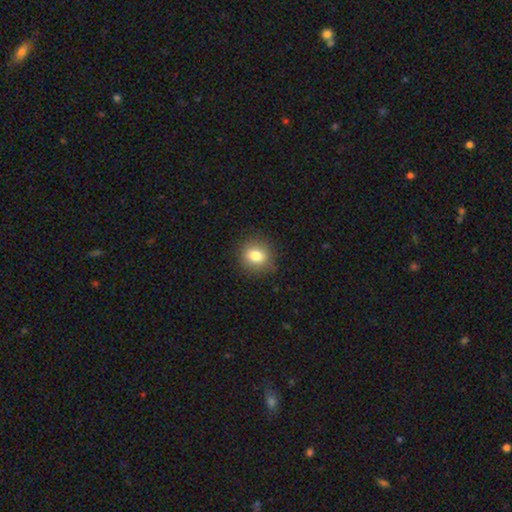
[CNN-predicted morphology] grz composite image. It shows a smooth galaxy with no disk features (79%) that is round (79%). Merging: none (84%).